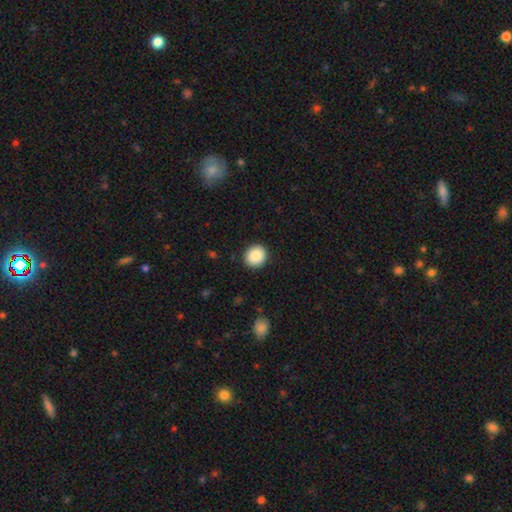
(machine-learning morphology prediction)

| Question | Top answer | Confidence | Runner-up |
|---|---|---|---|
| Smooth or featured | smooth | 88% | star or artifact (8%) |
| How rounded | round | 87% | in between (12%) |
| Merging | none | 91% | minor disturbance (6%) |